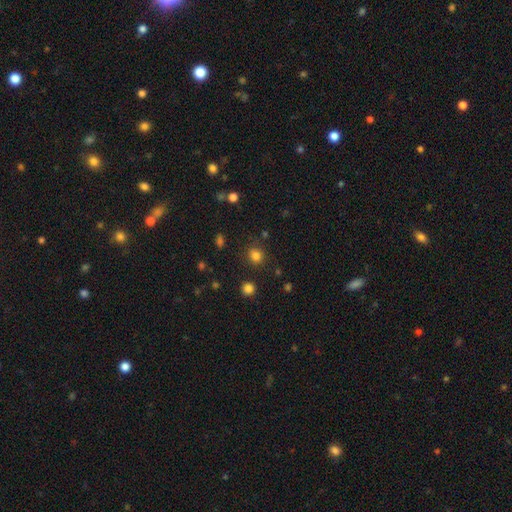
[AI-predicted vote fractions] Smooth or featured: smooth — 81% (star or artifact — 14%)
How rounded: round — 81% (in between — 18%)
Merging: none — 85% (minor disturbance — 9%)